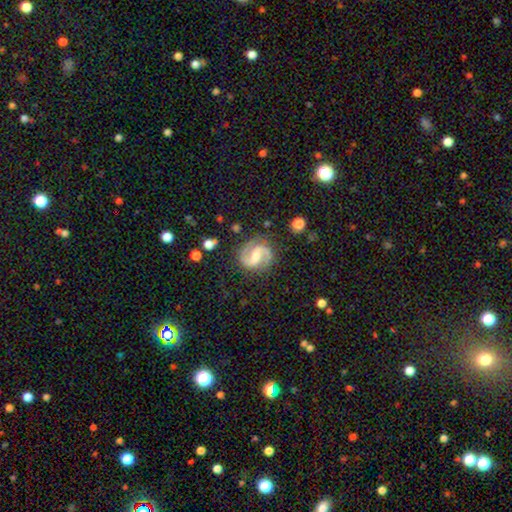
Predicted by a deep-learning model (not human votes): This is clearly a featured or disk galaxy (89%). It is clearly not viewed edge-on (98%). Bar: possibly weak (47%). Spiral arm pattern: clearly yes (98%). Spiral arm count: clearly 2 (94%). Spiral winding: possibly medium (57%). Central bulge: marginally moderate (38%). Merging: clearly none (82%).